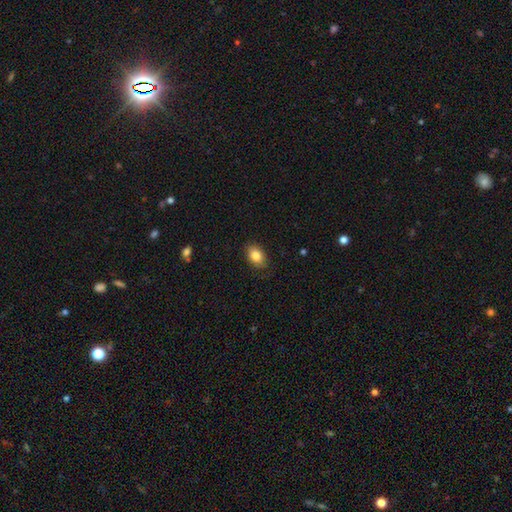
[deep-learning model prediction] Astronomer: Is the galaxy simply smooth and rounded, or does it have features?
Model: smooth — 85%.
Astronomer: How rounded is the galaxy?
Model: in between — 84%.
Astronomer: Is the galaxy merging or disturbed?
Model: none — 83%.